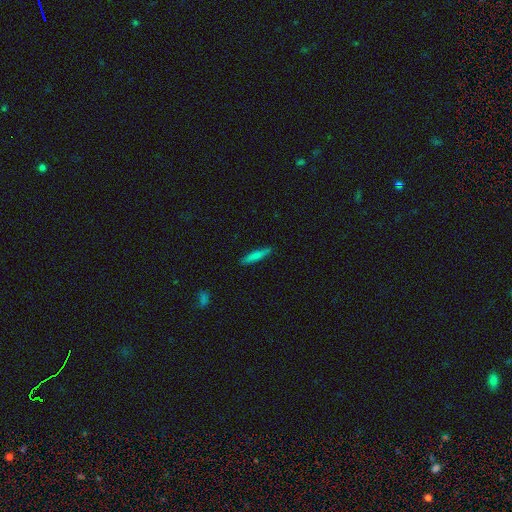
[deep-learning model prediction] Smooth or featured? Predicted: smooth (p=0.73). How rounded? Predicted: cigar-shaped (p=0.90). Merging? Predicted: none (p=0.89).